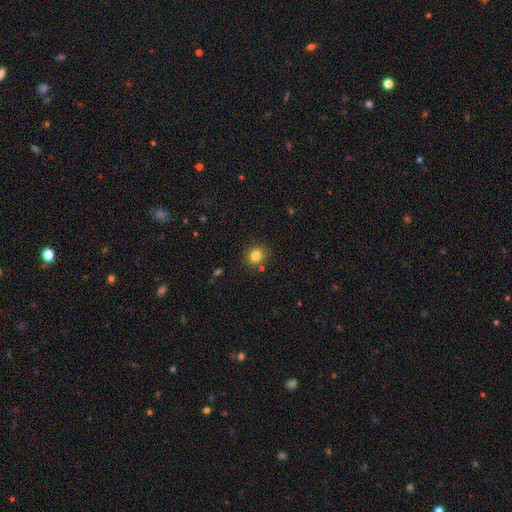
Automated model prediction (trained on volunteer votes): Smooth or featured: smooth — 82% (star or artifact — 12%)
How rounded: round — 75% (in between — 24%)
Merging: none — 80% (minor disturbance — 13%)